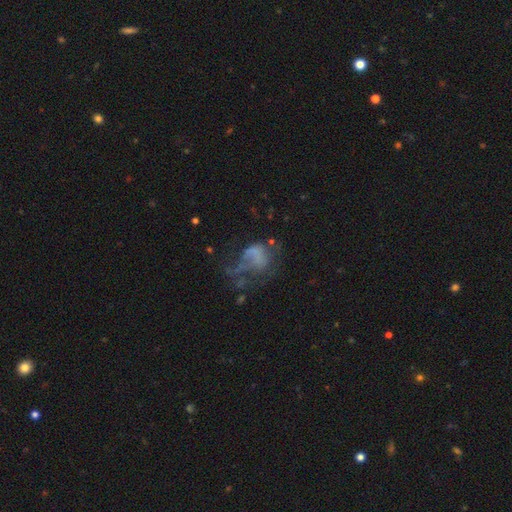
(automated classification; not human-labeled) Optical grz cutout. It shows a featured or disk galaxy (44%). Merging: major disturbance (54%).